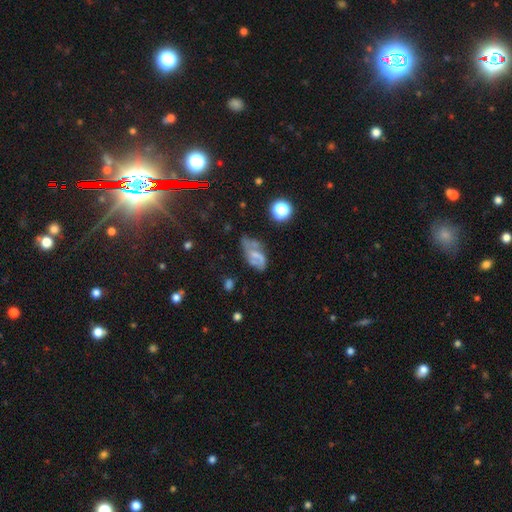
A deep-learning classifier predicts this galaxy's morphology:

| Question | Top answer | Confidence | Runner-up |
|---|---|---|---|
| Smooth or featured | featured or disk | 52% | smooth (35%) |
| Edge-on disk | no | 94% | yes (6%) |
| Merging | none | 40% | minor disturbance (31%) |